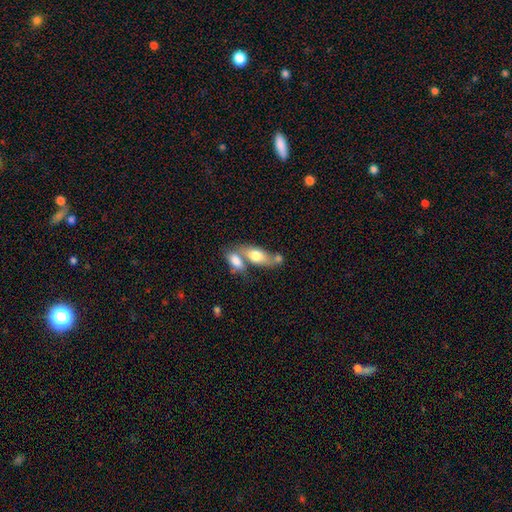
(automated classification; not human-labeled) smooth-or-featured: smooth: 69% | featured or disk: 24% | star or artifact: 7%
  how-rounded: in between: 81% | cigar-shaped: 14% | round: 6%
  merging: merger: 57% | none: 29% | minor disturbance: 9% | major disturbance: 5%